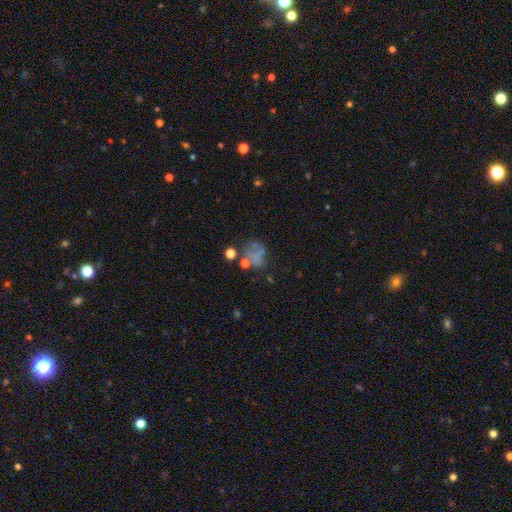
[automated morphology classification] Smooth or featured? smooth (49%)
Merging? none (40%)